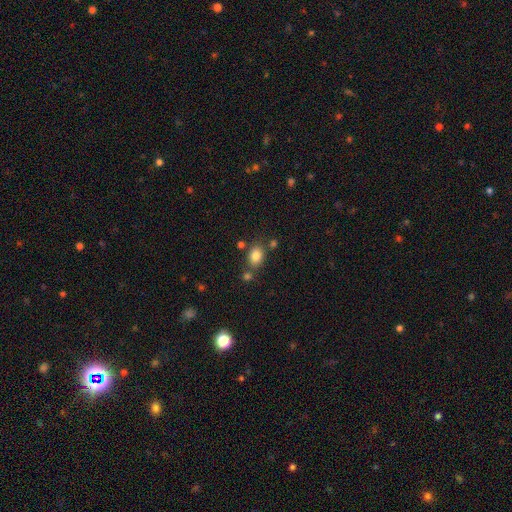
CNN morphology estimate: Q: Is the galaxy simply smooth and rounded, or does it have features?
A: smooth — 83%.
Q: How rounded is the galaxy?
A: in between — 66%.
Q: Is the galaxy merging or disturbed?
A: none — 71%.